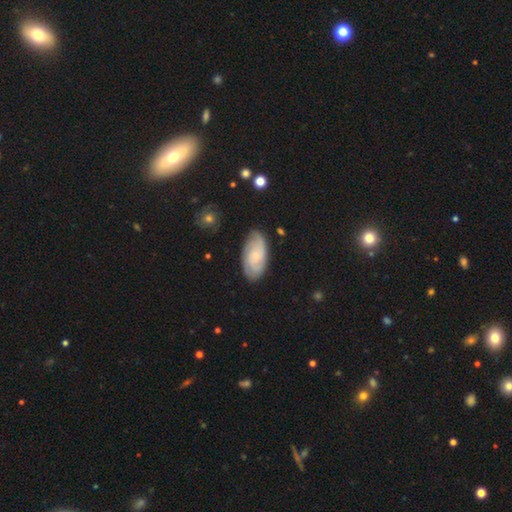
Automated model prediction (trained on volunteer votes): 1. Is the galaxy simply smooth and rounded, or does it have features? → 64% featured or disk, 29% smooth, 7% star or artifact.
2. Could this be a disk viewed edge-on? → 95% no, 5% yes.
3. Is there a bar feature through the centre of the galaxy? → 70% no, 26% weak, 4% strong.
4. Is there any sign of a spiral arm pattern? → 94% yes, 6% no.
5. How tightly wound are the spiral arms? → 58% tight, 33% medium, 9% loose.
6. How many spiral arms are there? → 34% 2, 31% can't tell, 20% 3, 6% 4, 4% 1, 4% more than 4.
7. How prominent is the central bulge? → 68% small, 17% moderate, 12% none, 2% large, 1% dominant.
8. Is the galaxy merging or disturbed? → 80% none, 15% minor disturbance, 4% major disturbance, 1% merger.